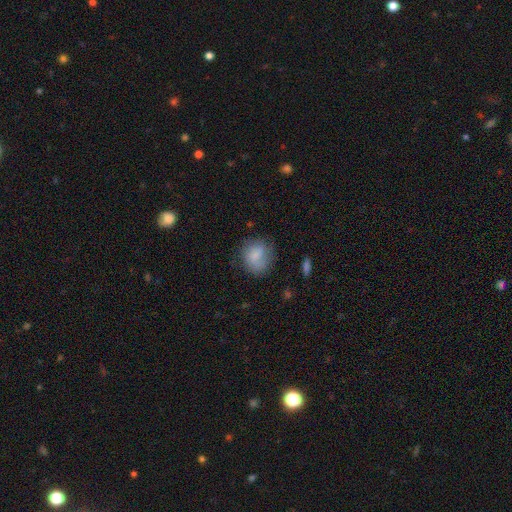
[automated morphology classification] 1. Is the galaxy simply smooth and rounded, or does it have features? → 76% smooth, 16% featured or disk, 8% star or artifact.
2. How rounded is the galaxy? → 69% round, 30% in between, 1% cigar-shaped.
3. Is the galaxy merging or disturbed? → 65% none, 23% minor disturbance, 10% major disturbance, 2% merger.